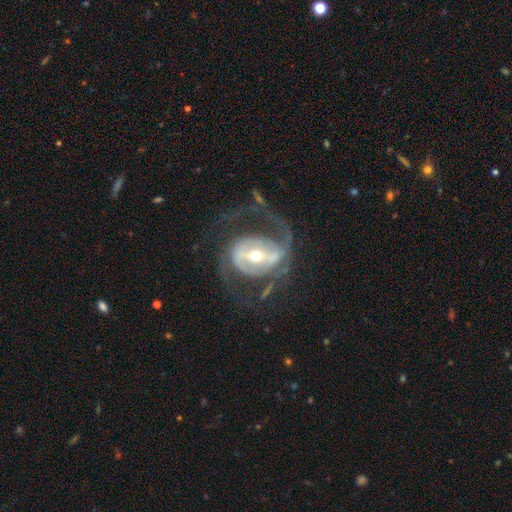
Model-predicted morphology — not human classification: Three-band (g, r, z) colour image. It shows a featured or disk galaxy (88%) with a strong bar (53%), 2 (70%) medium (48%) spiral arms (90%) and a moderate central bulge (50%). Merging: none (49%).